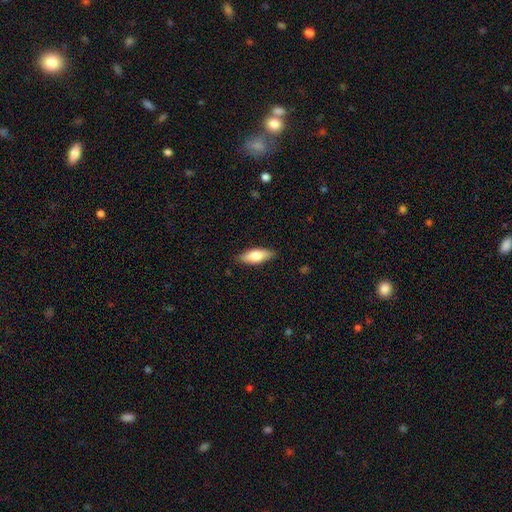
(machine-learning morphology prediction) The model was most divided on "how rounded": in between: 73%, cigar-shaped: 25%, round: 2%. More confident: merging — none (86%); smooth or featured — smooth (72%).